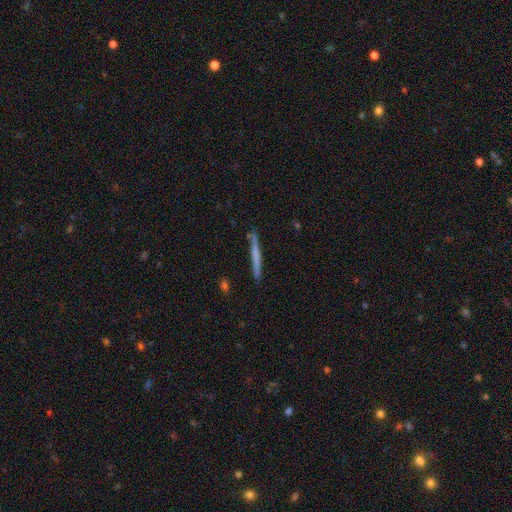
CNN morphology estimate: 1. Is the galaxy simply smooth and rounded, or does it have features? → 52% smooth, 42% featured or disk, 6% star or artifact.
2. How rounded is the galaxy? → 97% cigar-shaped, 2% in between, 1% round.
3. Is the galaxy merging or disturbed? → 88% none, 9% minor disturbance, 2% merger, 2% major disturbance.